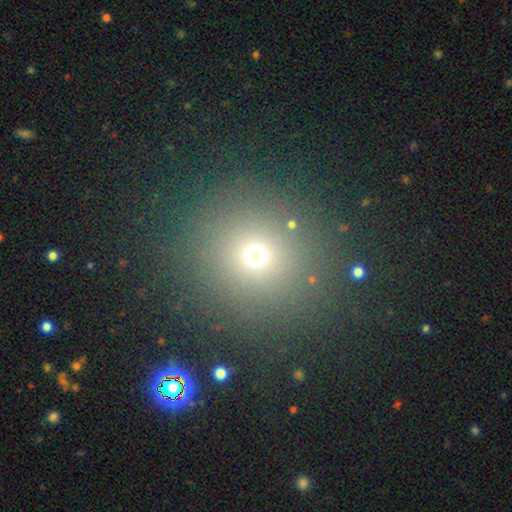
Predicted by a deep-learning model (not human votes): smooth_or_featured: smooth (p=0.66) [alt: star or artifact p=0.24]
how_rounded: round (p=0.89) [alt: in between p=0.10]
merging: none (p=0.86) [alt: minor disturbance p=0.07]